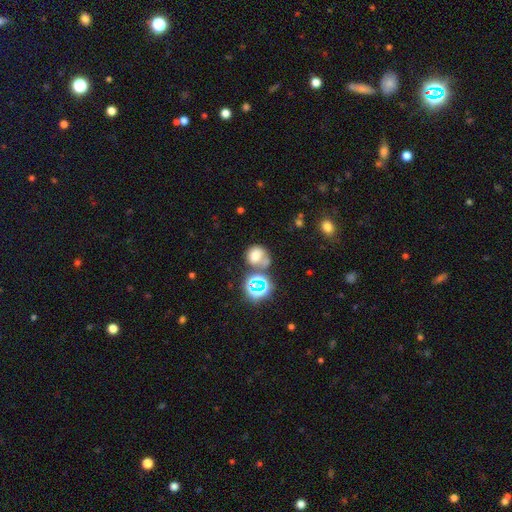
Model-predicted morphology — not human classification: A smooth galaxy with no disk features (62%) that is round (70%). Merging: none (43%).